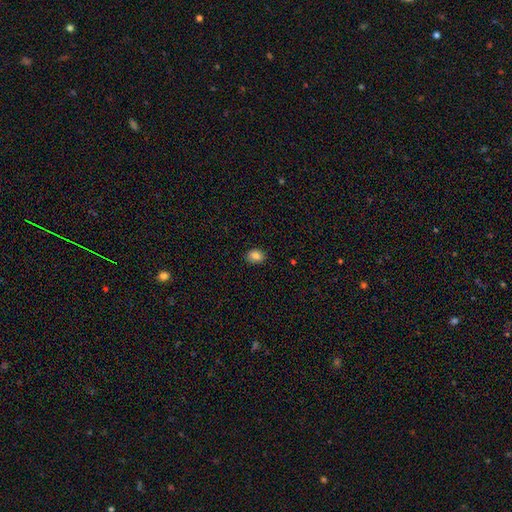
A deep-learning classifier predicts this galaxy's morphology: smooth 85%, star or artifact 10%, featured or disk 5%. Down the decision tree: how rounded — in between (60%); merging — none (88%).